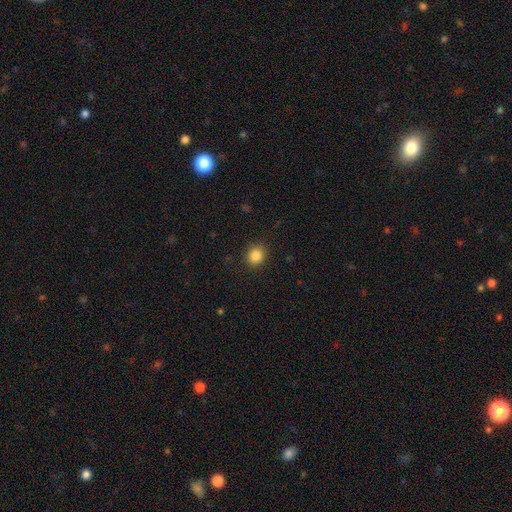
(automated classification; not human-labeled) Smooth or featured? Predicted: smooth (p=0.85). How rounded? Predicted: round (p=0.82). Merging? Predicted: none (p=0.90).